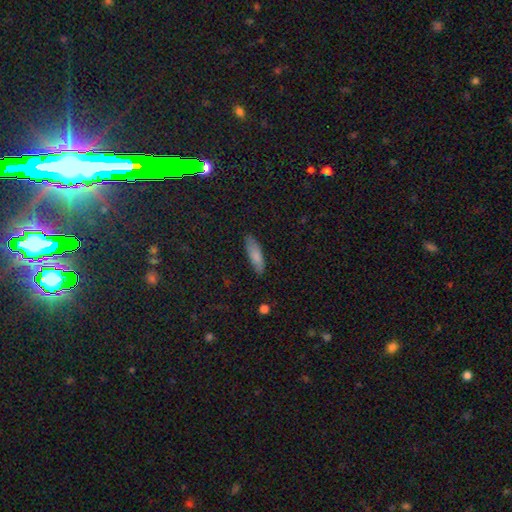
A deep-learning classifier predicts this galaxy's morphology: smooth_or_featured: smooth (p=0.82) [alt: featured or disk p=0.12]
how_rounded: cigar-shaped (p=0.52) [alt: in between p=0.46]
merging: none (p=0.84) [alt: minor disturbance p=0.12]